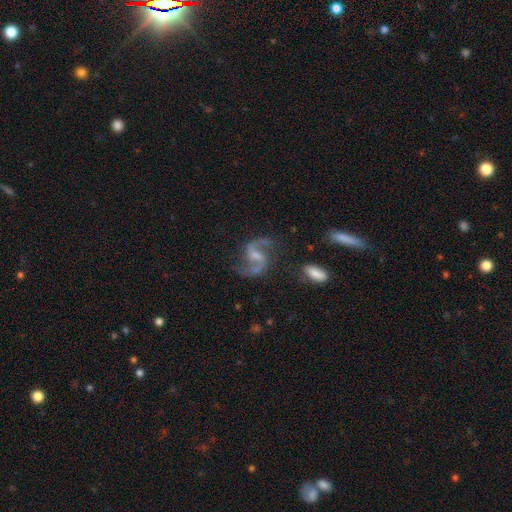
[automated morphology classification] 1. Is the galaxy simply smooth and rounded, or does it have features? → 91% featured or disk, 5% star or artifact, 4% smooth.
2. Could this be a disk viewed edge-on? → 98% no, 2% yes.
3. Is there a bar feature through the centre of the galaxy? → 51% weak, 30% no, 19% strong.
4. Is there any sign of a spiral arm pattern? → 98% yes, 2% no.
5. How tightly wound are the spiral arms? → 50% loose, 44% medium, 6% tight.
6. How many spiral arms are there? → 94% 2, 1% can't tell, 1% 1, 1% 3, 1% 4, 1% more than 4.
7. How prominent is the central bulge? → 48% small, 30% moderate, 18% none, 3% large, 1% dominant.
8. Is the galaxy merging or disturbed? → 77% none, 14% minor disturbance, 6% major disturbance, 3% merger.